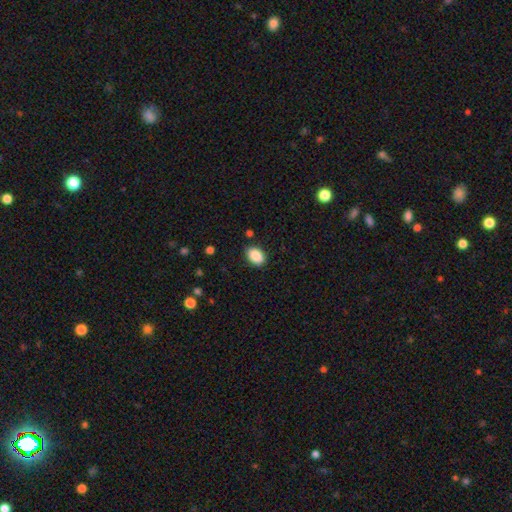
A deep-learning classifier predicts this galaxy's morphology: Overall: smooth (88%). How rounded: in between (83%). Merging: none (86%).